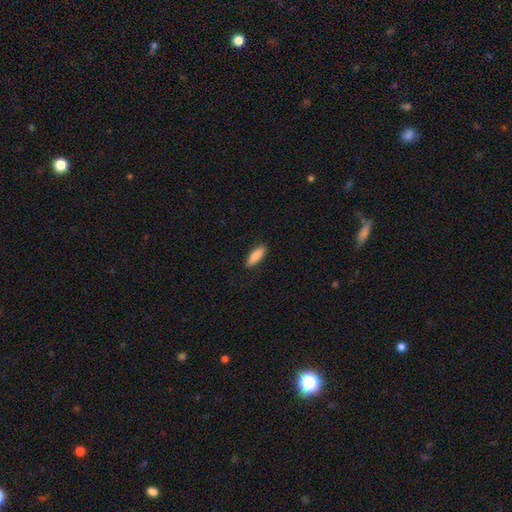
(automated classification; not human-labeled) This is clearly a smooth galaxy (86%). How rounded: possibly in between (51%). Merging: clearly none (87%).